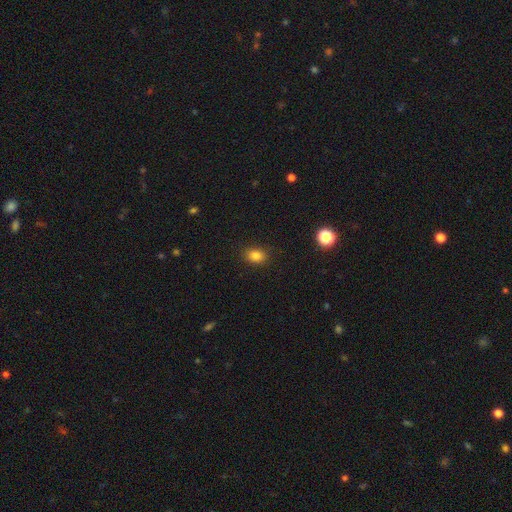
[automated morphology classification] smooth-or-featured: smooth: 83% | star or artifact: 11% | featured or disk: 5%
  how-rounded: in between: 73% | round: 26% | cigar-shaped: 1%
  merging: none: 88% | minor disturbance: 8% | major disturbance: 2% | merger: 1%